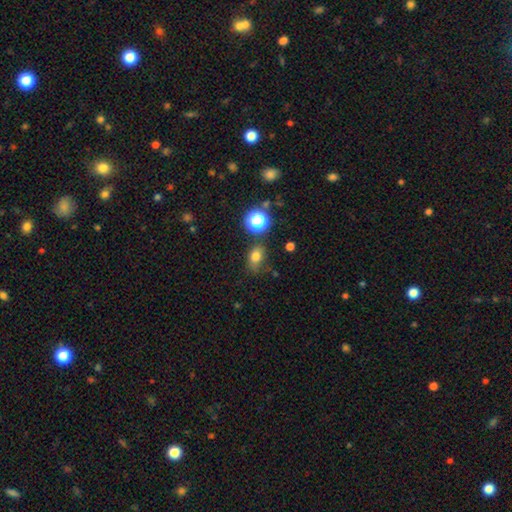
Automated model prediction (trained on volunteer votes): Overall: smooth (76%). How rounded: in between (68%; round 30%). Merging: none (70%).